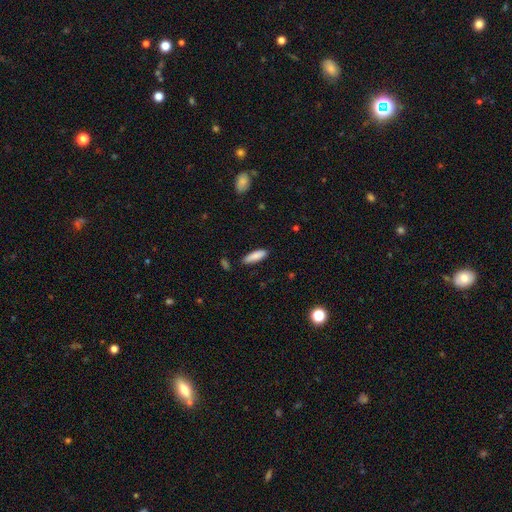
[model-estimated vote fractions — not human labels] Smooth or featured? smooth (86%)
How rounded? cigar-shaped (53%)
Merging? none (85%)